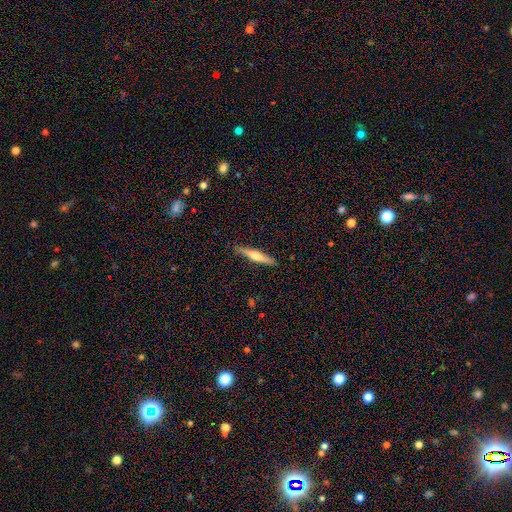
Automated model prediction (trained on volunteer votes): Smooth or featured?
  - featured or disk: 55% *
  - smooth: 39%
  - star or artifact: 5%
Edge-on disk?
  - yes: 97% *
  - no: 3%
Edge-on bulge?
  - rounded: 85% *
  - none: 8%
  - boxy: 7%
Merging?
  - none: 89% *
  - minor disturbance: 8%
  - major disturbance: 2%
  - merger: 1%